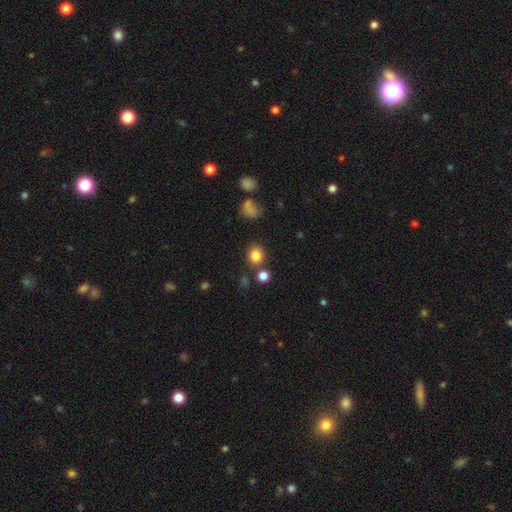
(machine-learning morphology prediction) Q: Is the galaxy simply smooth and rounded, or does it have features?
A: smooth — 83%.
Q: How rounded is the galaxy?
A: round — 81%.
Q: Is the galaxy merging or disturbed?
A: none — 78%.